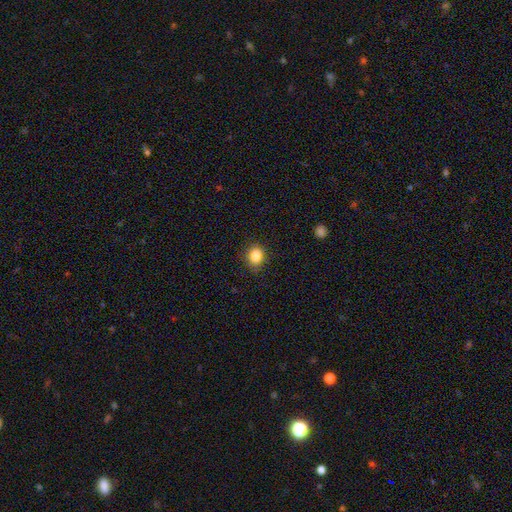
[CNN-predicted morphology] Smooth or featured? Predicted: smooth (p=0.86). How rounded? Predicted: round (p=0.58). Merging? Predicted: none (p=0.81).